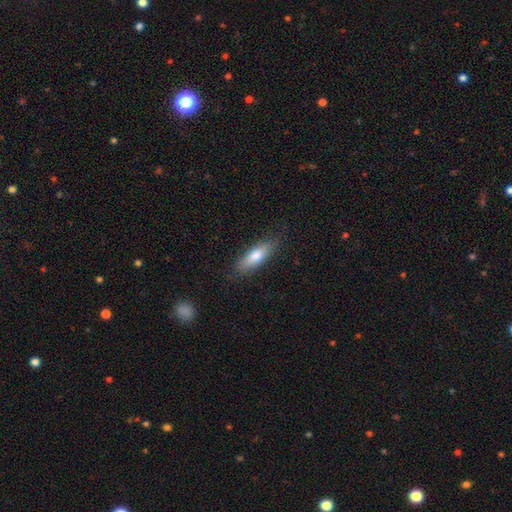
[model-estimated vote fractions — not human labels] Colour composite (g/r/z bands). It shows a smooth galaxy with no disk features (75%) that is in between round and cigar-shaped (54%). Merging: none (84%).